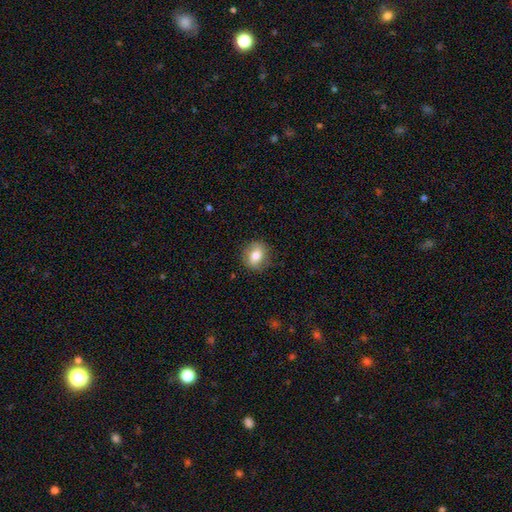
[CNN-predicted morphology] This appears to be a smooth galaxy with no disk features (75%) that is round (61%). Merging: none (85%).